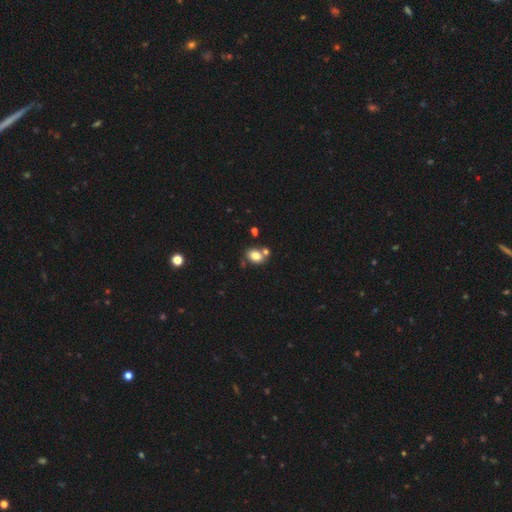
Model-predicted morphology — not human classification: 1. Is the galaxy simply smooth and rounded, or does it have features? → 80% smooth, 10% star or artifact, 9% featured or disk.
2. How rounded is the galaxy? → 66% in between, 32% round, 1% cigar-shaped.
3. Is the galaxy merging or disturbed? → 59% none, 24% merger, 13% minor disturbance, 4% major disturbance.